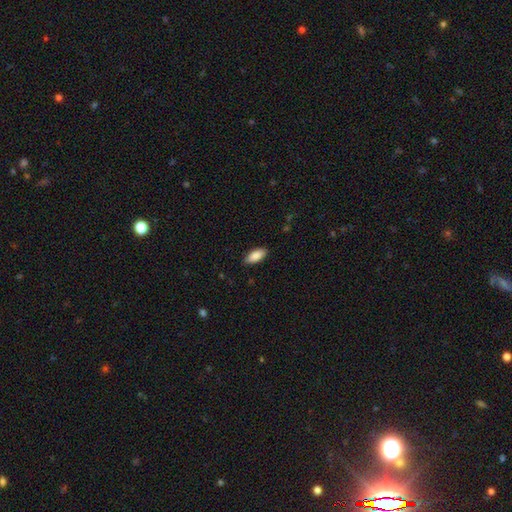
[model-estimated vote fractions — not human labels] smooth 88%, featured or disk 6%, star or artifact 6%. Down the decision tree: how rounded — in between (88%); merging — none (88%).